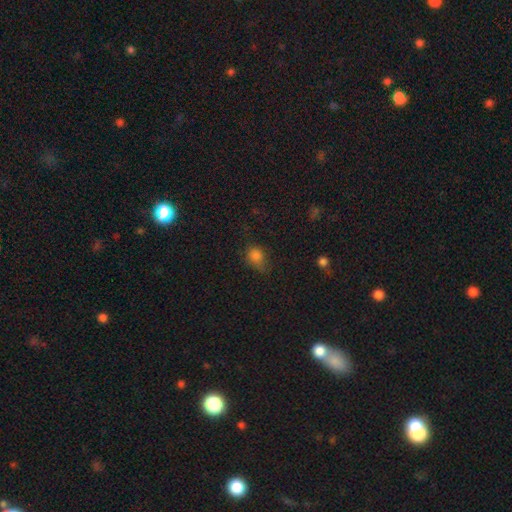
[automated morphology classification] Smooth or featured? Predicted: smooth (p=0.79). How rounded? Predicted: round (p=0.53). Merging? Predicted: none (p=0.47).